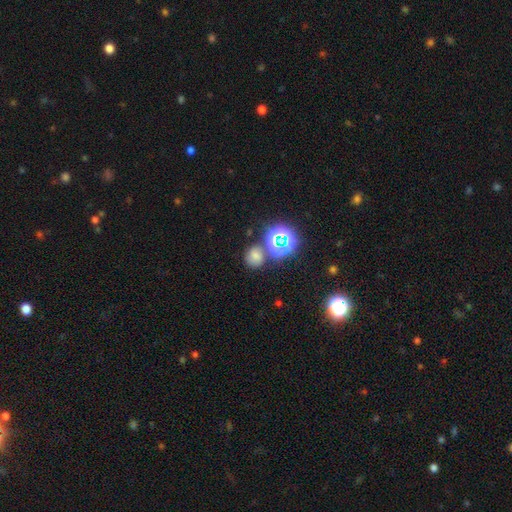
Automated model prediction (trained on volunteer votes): The model was most divided on "smooth or featured": smooth: 60%, star or artifact: 30%, featured or disk: 11%. More confident: how rounded — round (75%); merging — none (65%).